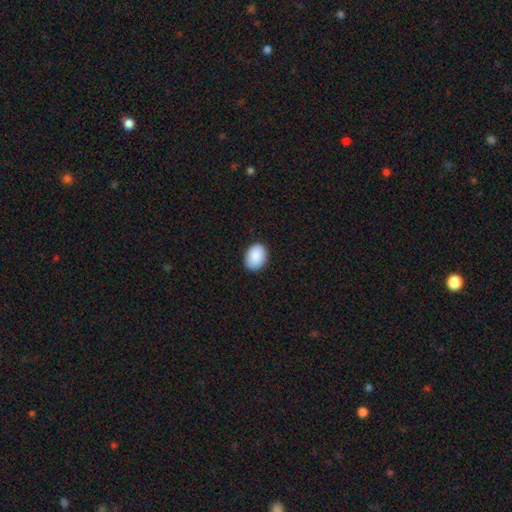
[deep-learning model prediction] Morphology: type=smooth (90%); roundness=in between (75%); merging=none (88%).